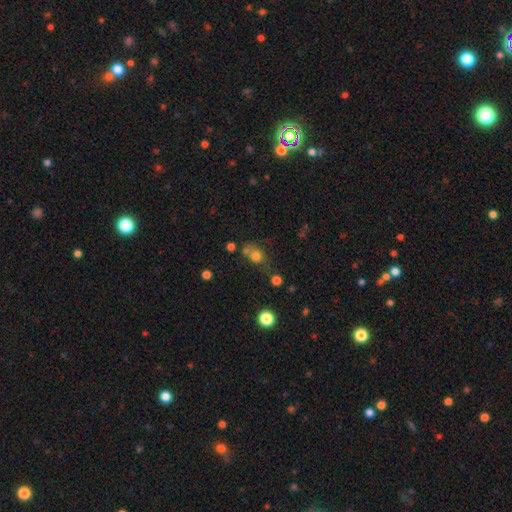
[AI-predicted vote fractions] Smooth or featured? Predicted: smooth (p=0.74). How rounded? Predicted: round (p=0.62). Merging? Predicted: none (p=0.51).